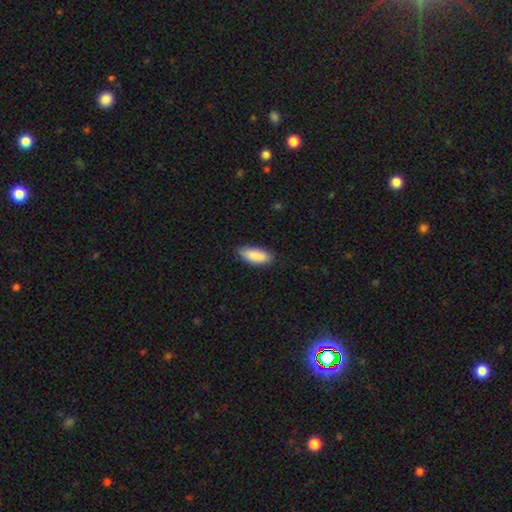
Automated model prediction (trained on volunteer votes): Smooth or featured? smooth (89%)
How rounded? in between (77%)
Merging? none (82%)